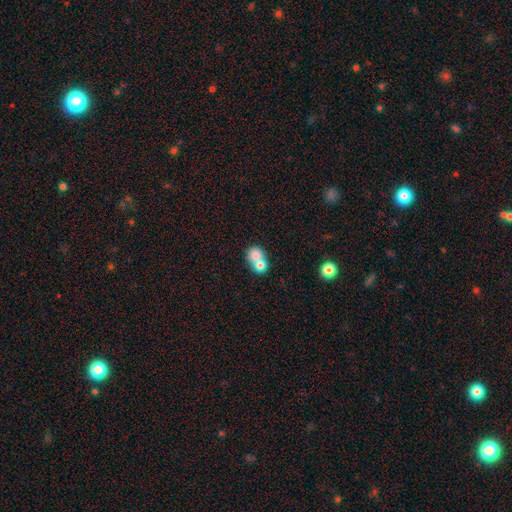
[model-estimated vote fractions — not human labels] A smooth galaxy with no disk features (75%) that is round (71%).

Vote fractions:
- Smooth or featured? smooth: 75% / featured or disk: 16% / star or artifact: 9%
- How rounded? round: 71% / in between: 28% / cigar-shaped: 1%
- Merging? merger: 67% / none: 26% / minor disturbance: 5% / major disturbance: 3%